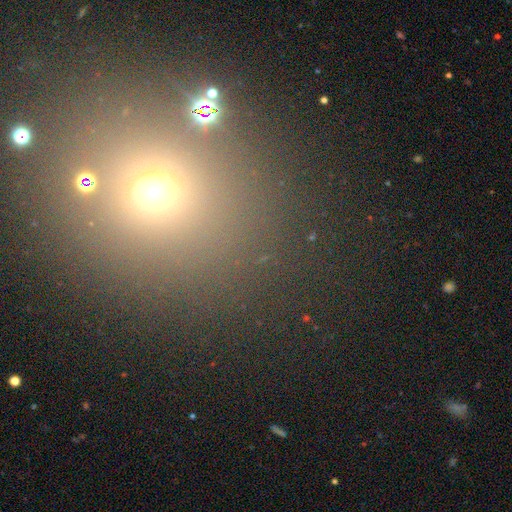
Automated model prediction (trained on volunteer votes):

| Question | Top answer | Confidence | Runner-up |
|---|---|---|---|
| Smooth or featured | smooth | 54% | star or artifact (37%) |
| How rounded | round | 77% | in between (21%) |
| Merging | none | 79% | minor disturbance (9%) |